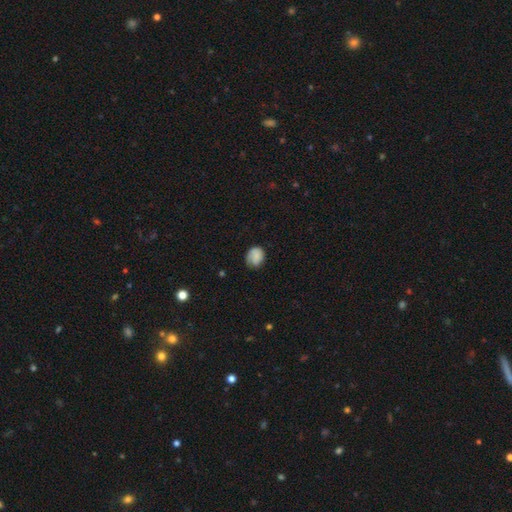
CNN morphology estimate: Overall: smooth (75%). How rounded: round (60%; in between 39%). Merging: none (64%; minor disturbance 26%).